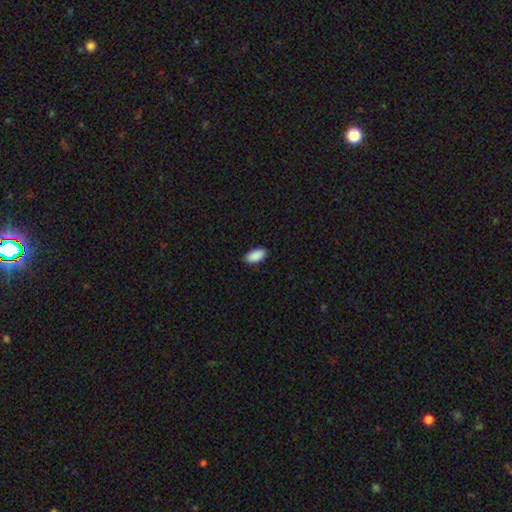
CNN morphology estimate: type=smooth (91%); roundness=in between (94%); merging=none (87%).